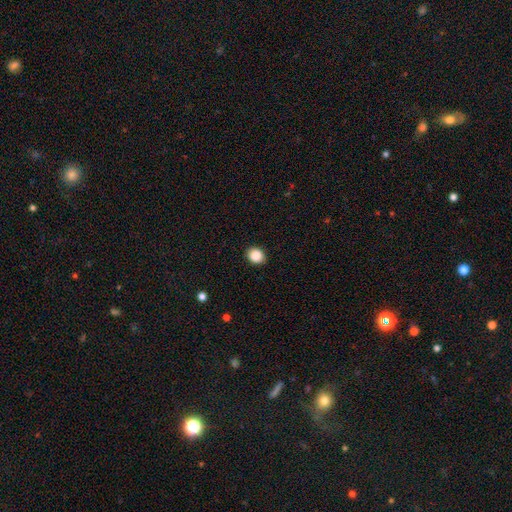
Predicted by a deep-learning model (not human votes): Smooth or featured? Predicted: smooth (p=0.88). How rounded? Predicted: round (p=0.67). Merging? Predicted: none (p=0.90).